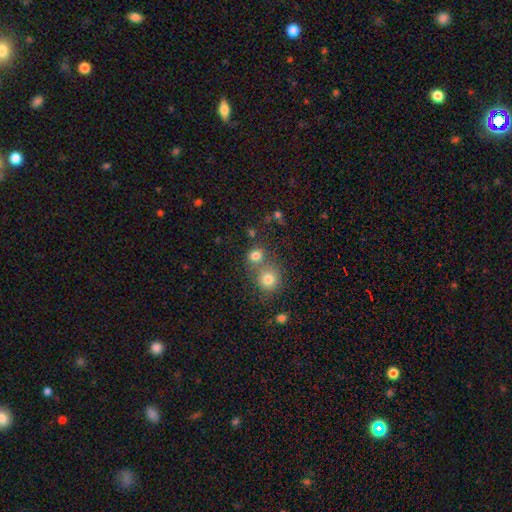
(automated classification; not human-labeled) Smooth or featured: smooth — 78% (star or artifact — 14%)
How rounded: round — 80% (in between — 19%)
Merging: none — 53% (merger — 36%)